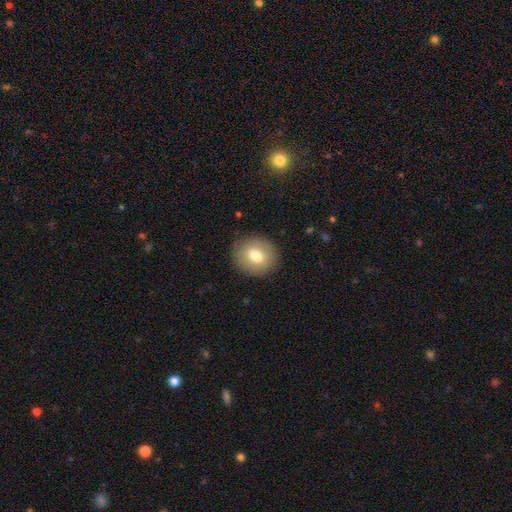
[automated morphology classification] Smooth or featured?
  - smooth: 72% *
  - featured or disk: 19%
  - star or artifact: 8%
How rounded?
  - round: 70% *
  - in between: 29%
  - cigar-shaped: 1%
Merging?
  - none: 87% *
  - minor disturbance: 9%
  - major disturbance: 3%
  - merger: 1%